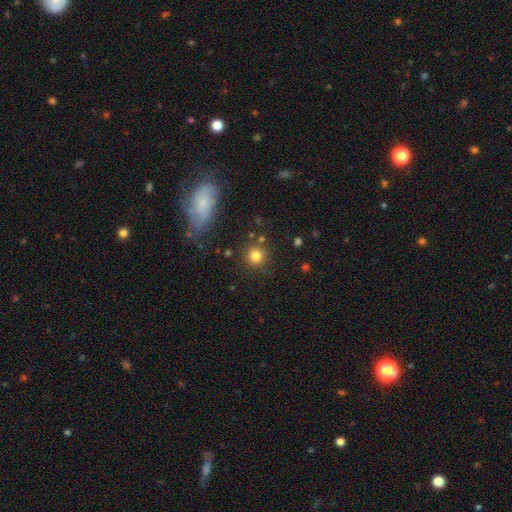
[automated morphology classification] Q: Smooth or featured?
A: smooth (80%); runner-up: star or artifact (13%)
Q: How rounded?
A: round (91%); runner-up: in between (7%)
Q: Merging?
A: none (83%); runner-up: minor disturbance (9%)